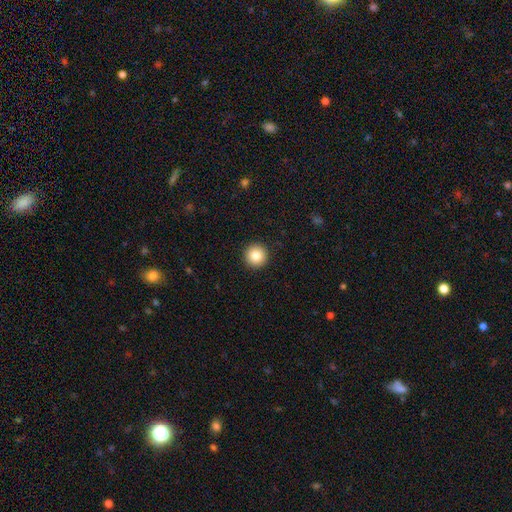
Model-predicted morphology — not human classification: Overall: smooth (83%). How rounded: round (96%). Merging: none (93%).